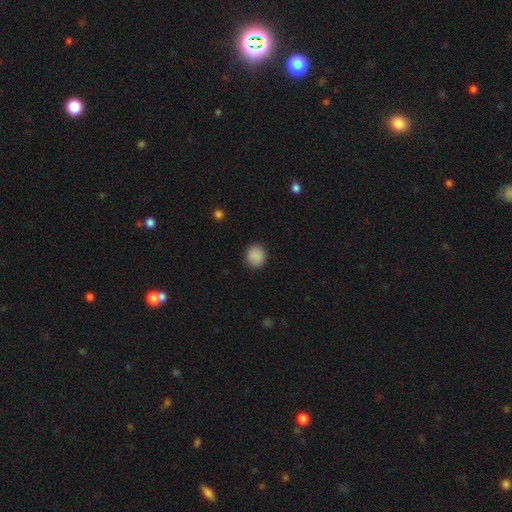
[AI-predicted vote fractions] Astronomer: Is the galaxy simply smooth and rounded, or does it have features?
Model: smooth — 89%.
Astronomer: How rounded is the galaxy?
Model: round — 90%.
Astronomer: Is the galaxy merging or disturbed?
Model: none — 91%.